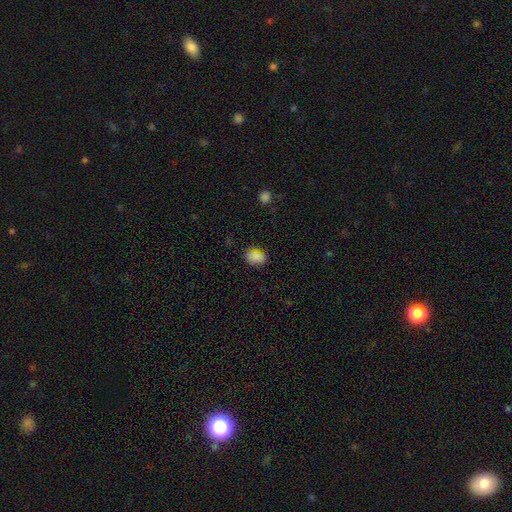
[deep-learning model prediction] Smooth or featured?
  - smooth: 80% *
  - star or artifact: 15%
  - featured or disk: 5%
How rounded?
  - in between: 77% *
  - round: 22%
  - cigar-shaped: 1%
Merging?
  - none: 80% *
  - minor disturbance: 15%
  - major disturbance: 3%
  - merger: 2%